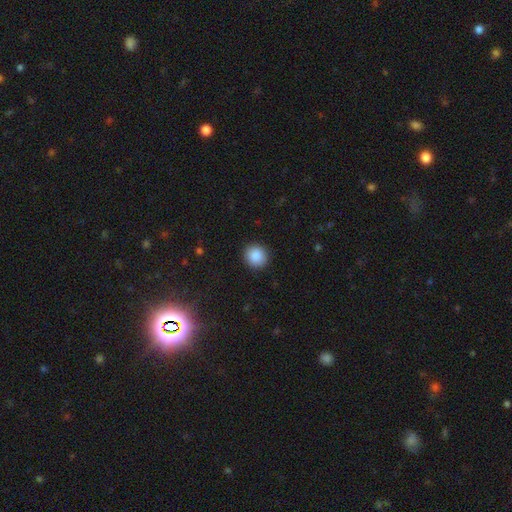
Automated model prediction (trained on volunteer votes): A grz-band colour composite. It shows a smooth galaxy with no disk features (89%) that is round (89%). Merging: none (91%).